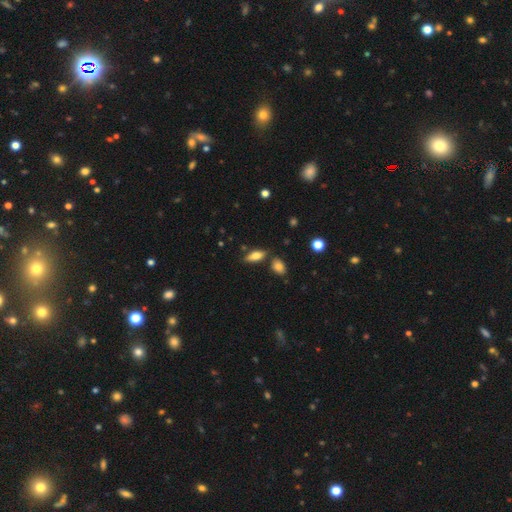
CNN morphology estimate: The model was most divided on "how rounded": in between: 72%, cigar-shaped: 25%, round: 3%. More confident: merging — none (73%); smooth or featured — smooth (72%).